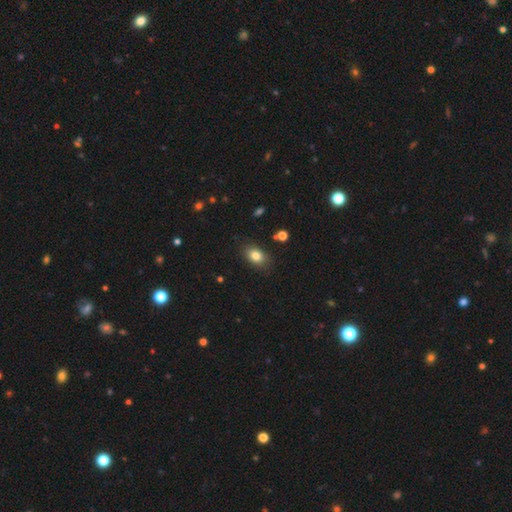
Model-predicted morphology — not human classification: Smooth or featured: smooth — 81% (star or artifact — 10%)
How rounded: in between — 78% (round — 20%)
Merging: none — 83% (minor disturbance — 12%)